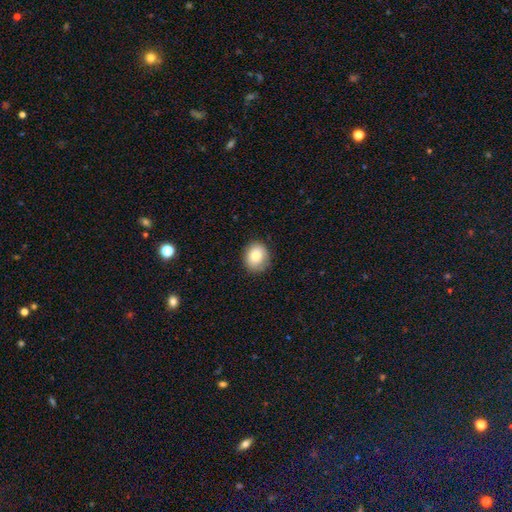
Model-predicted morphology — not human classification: smooth 82%, featured or disk 9%, star or artifact 9%. Down the decision tree: how rounded — round (66%); merging — none (85%).